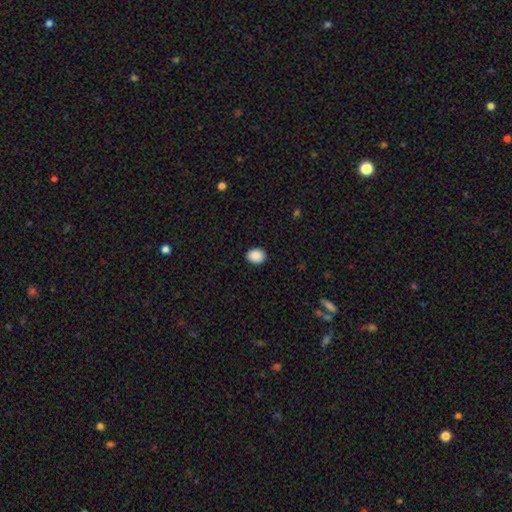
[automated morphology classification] Smooth or featured: smooth — 90% (star or artifact — 8%)
How rounded: round — 50% (in between — 49%)
Merging: none — 91% (minor disturbance — 7%)